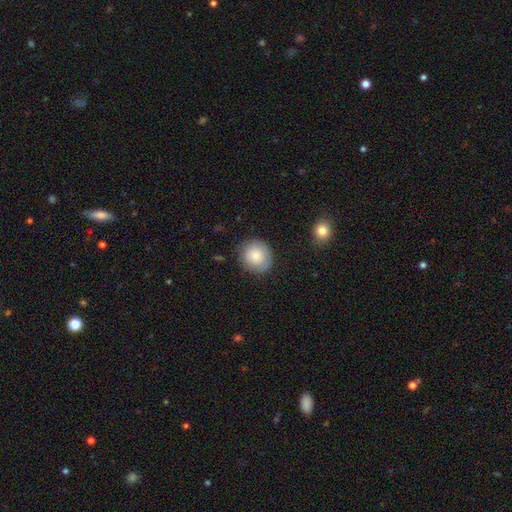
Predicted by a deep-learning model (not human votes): Smooth or featured? smooth (79%)
How rounded? round (89%)
Merging? none (81%)